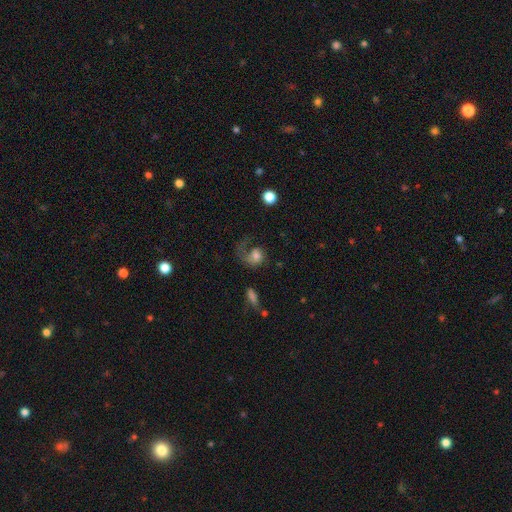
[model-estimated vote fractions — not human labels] This appears to be a smooth galaxy with no disk features (50%). Merging: major disturbance (53%).